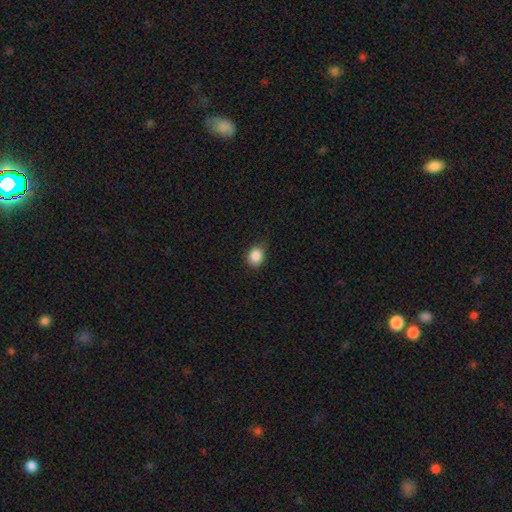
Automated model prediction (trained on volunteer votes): A smooth galaxy with no disk features (87%) that is round (65%). Merging: none (76%).